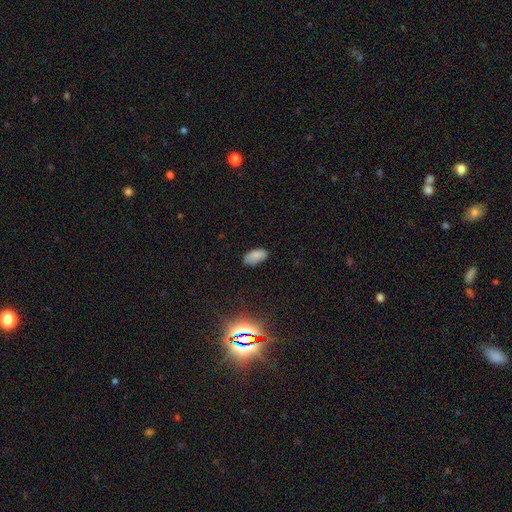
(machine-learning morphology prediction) Smooth or featured? Predicted: smooth (p=0.84). How rounded? Predicted: in between (p=0.94). Merging? Predicted: none (p=0.80).